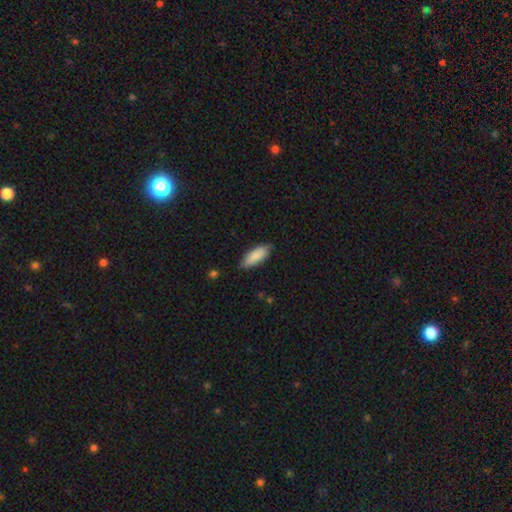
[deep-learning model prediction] Smooth or featured?
  - smooth: 87% *
  - featured or disk: 8%
  - star or artifact: 6%
How rounded?
  - in between: 71% *
  - cigar-shaped: 27%
  - round: 2%
Merging?
  - none: 82% *
  - minor disturbance: 14%
  - major disturbance: 2%
  - merger: 1%